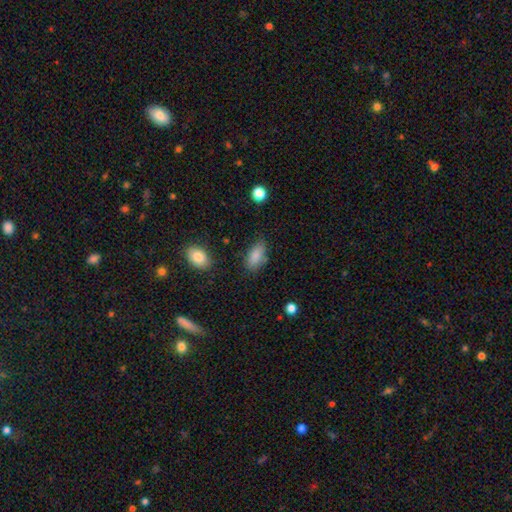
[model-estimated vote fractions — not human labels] smooth 86%, star or artifact 8%, featured or disk 6%. Down the decision tree: how rounded — in between (90%); merging — none (73%).